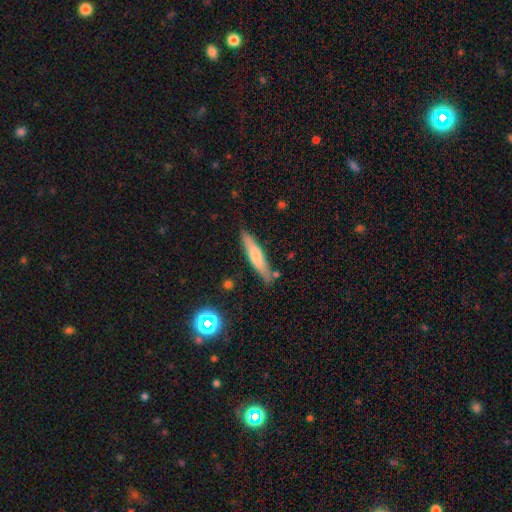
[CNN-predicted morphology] Smooth or featured? smooth (63%)
How rounded? cigar-shaped (86%)
Merging? none (81%)